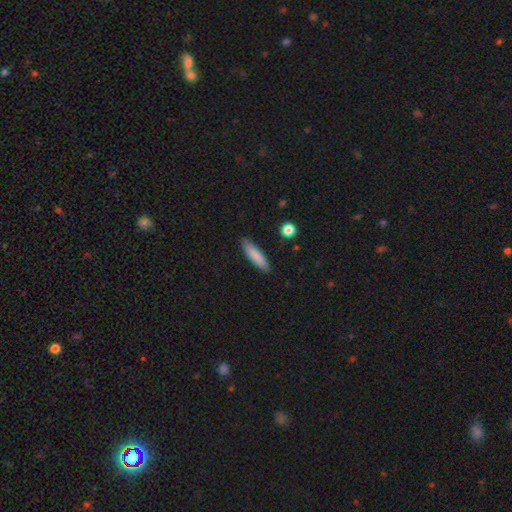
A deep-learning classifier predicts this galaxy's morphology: smooth-or-featured: smooth: 83% | featured or disk: 11% | star or artifact: 6%
  how-rounded: cigar-shaped: 80% | in between: 19% | round: 1%
  merging: none: 88% | minor disturbance: 9% | major disturbance: 2% | merger: 1%